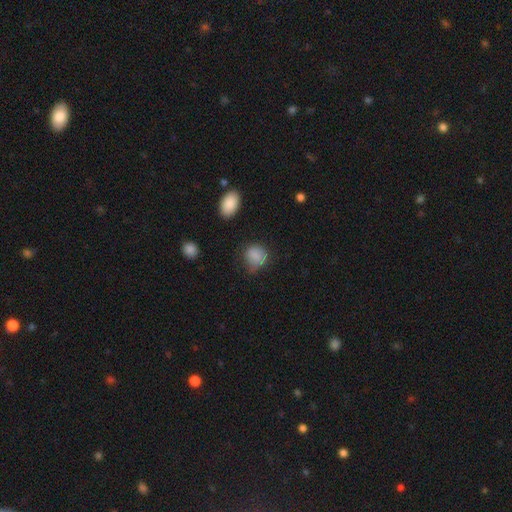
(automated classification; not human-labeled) This appears to be a smooth galaxy with no disk features (82%) that is round (70%). Merging: none (53%).